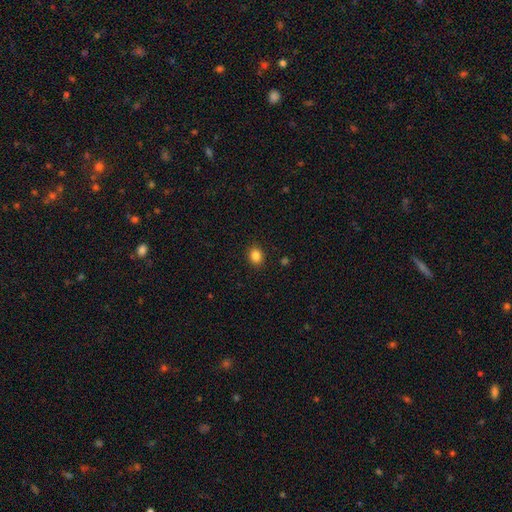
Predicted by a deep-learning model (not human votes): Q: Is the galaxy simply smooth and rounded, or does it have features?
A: smooth — 84%.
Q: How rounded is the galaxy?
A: round — 59%.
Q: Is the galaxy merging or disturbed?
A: none — 90%.